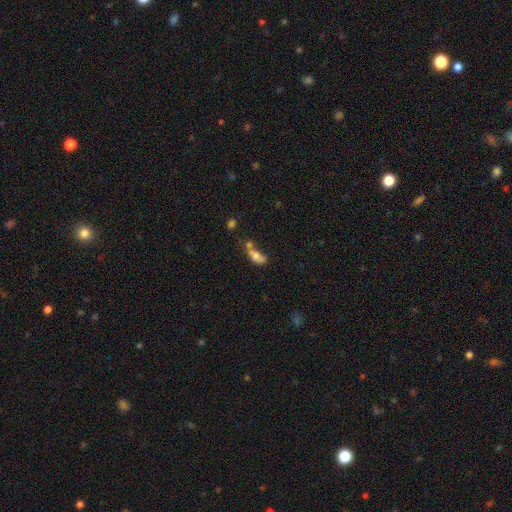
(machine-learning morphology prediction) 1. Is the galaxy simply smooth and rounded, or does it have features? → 63% smooth, 27% featured or disk, 11% star or artifact.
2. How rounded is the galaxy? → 75% in between, 16% round, 9% cigar-shaped.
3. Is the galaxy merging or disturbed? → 53% merger, 21% none, 14% minor disturbance, 13% major disturbance.